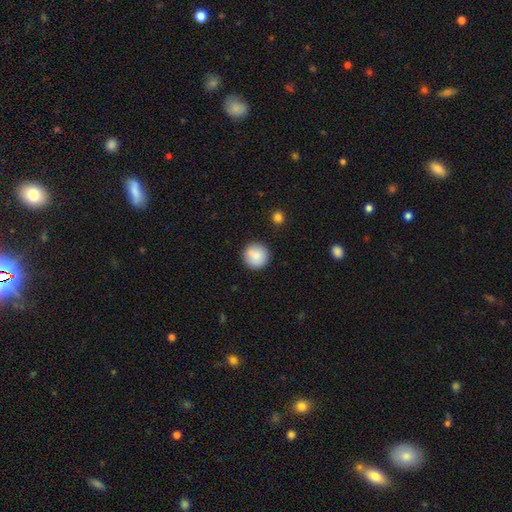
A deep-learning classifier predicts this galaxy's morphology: A smooth galaxy with no disk features (84%) that is round (95%).

Vote fractions:
- Smooth or featured? smooth: 84% / featured or disk: 8% / star or artifact: 8%
- How rounded? round: 95% / in between: 4% / cigar-shaped: 1%
- Merging? none: 83% / minor disturbance: 9% / merger: 5% / major disturbance: 2%